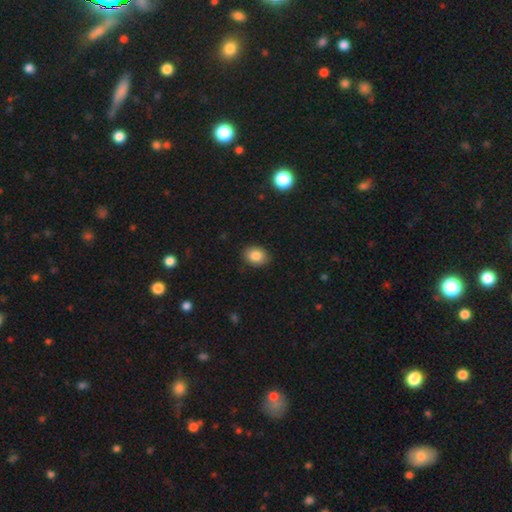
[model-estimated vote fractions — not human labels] A smooth galaxy with no disk features (84%) that is in between round and cigar-shaped (61%).

Vote fractions:
- Smooth or featured? smooth: 84% / star or artifact: 9% / featured or disk: 7%
- How rounded? in between: 61% / round: 39% / cigar-shaped: 1%
- Merging? none: 88% / minor disturbance: 9% / major disturbance: 2% / merger: 1%